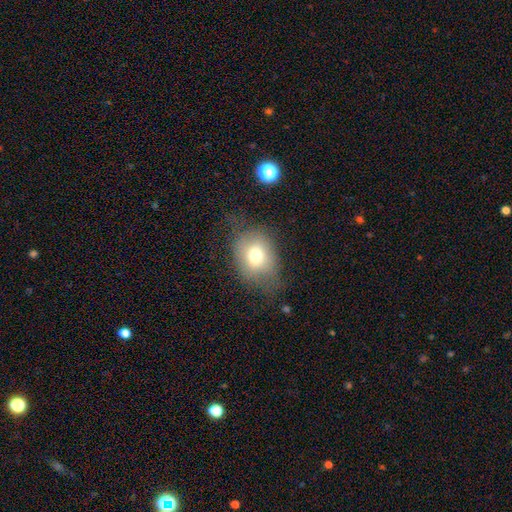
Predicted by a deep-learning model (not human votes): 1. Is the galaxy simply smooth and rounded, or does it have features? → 72% smooth, 17% featured or disk, 12% star or artifact.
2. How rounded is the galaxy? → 52% in between, 47% round, 1% cigar-shaped.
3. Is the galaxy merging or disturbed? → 55% none, 27% minor disturbance, 16% major disturbance, 2% merger.